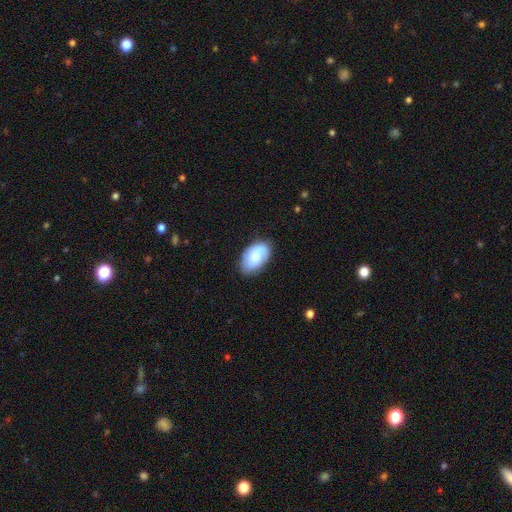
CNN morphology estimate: The model was most divided on "smooth or featured": smooth: 60%, featured or disk: 34%, star or artifact: 7%. More confident: how rounded — in between (92%); merging — none (79%).